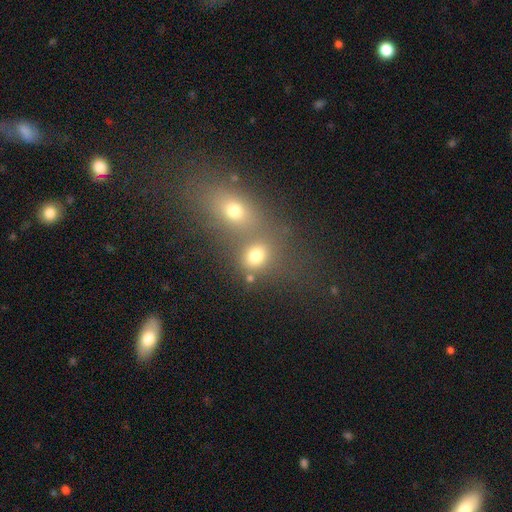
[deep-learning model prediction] This appears to be a smooth galaxy with no disk features (75%) that is round (66%). Merging: none (44%).